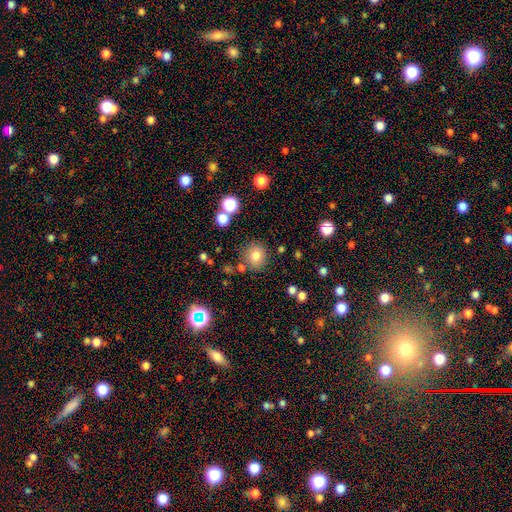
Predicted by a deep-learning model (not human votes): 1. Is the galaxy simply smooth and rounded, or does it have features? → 78% smooth, 14% star or artifact, 8% featured or disk.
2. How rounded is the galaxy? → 86% round, 13% in between, 1% cigar-shaped.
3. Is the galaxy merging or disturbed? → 80% none, 10% minor disturbance, 6% merger, 4% major disturbance.